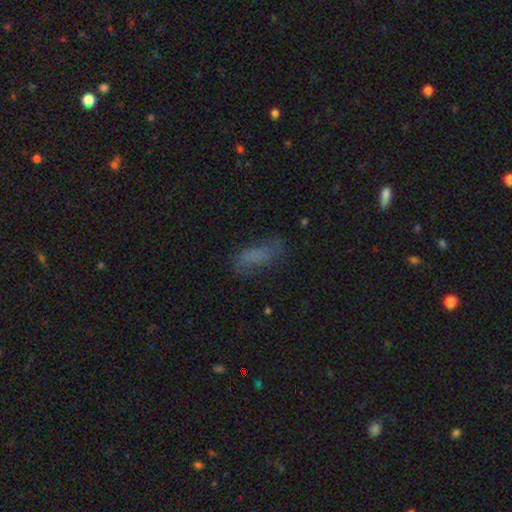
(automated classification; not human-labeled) A smooth galaxy with no disk features (66%) that is in between round and cigar-shaped (65%). Merging: none (63%).